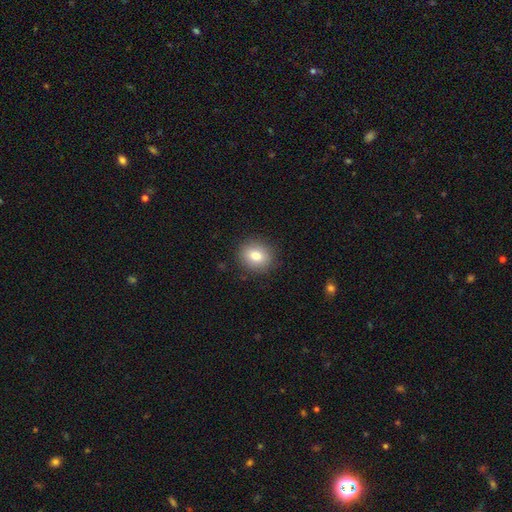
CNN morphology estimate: smooth 82%, star or artifact 9%, featured or disk 9%. Down the decision tree: how rounded — round (68%); merging — none (87%).